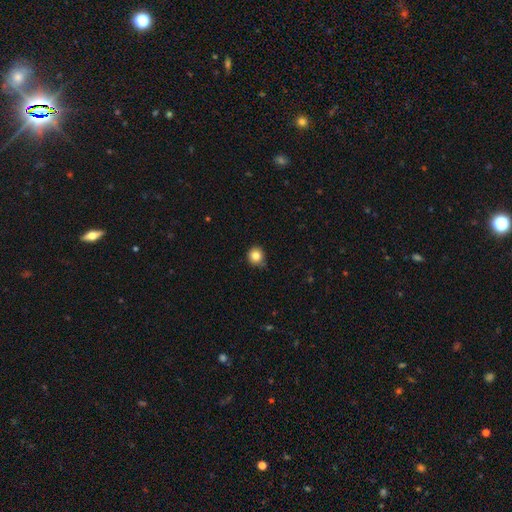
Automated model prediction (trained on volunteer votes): Smooth or featured: smooth — 83% (star or artifact — 11%)
How rounded: round — 86% (in between — 13%)
Merging: none — 76% (minor disturbance — 20%)